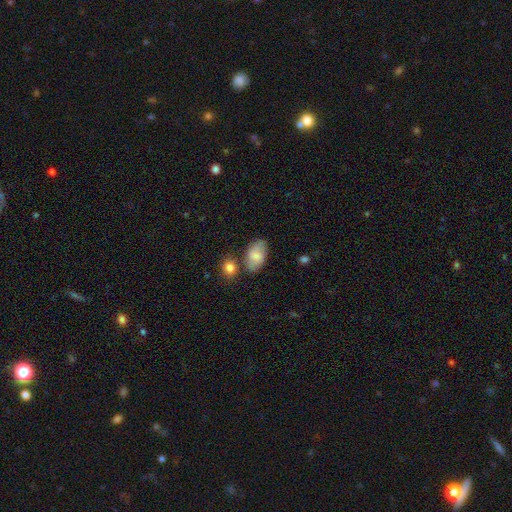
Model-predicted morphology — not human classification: smooth-or-featured: smooth: 76% | featured or disk: 17% | star or artifact: 7%
  how-rounded: in between: 91% | round: 7% | cigar-shaped: 2%
  merging: none: 66% | minor disturbance: 20% | merger: 10% | major disturbance: 5%